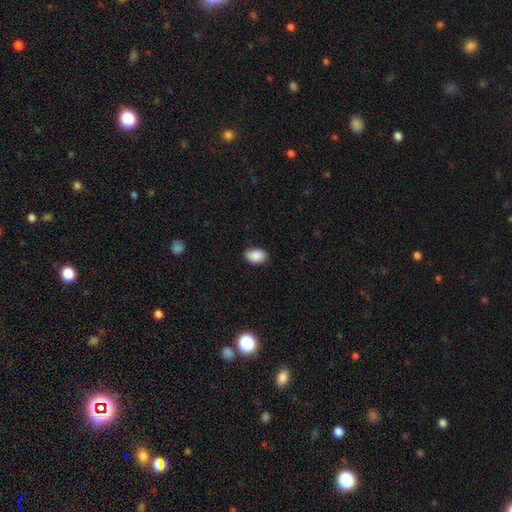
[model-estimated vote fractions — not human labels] Overall: smooth (89%). How rounded: in between (88%). Merging: none (82%).